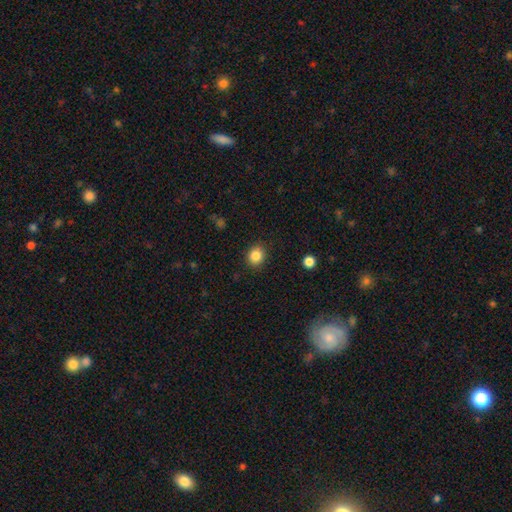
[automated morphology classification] smooth 85%, star or artifact 10%, featured or disk 5%. Down the decision tree: how rounded — round (76%); merging — none (89%).